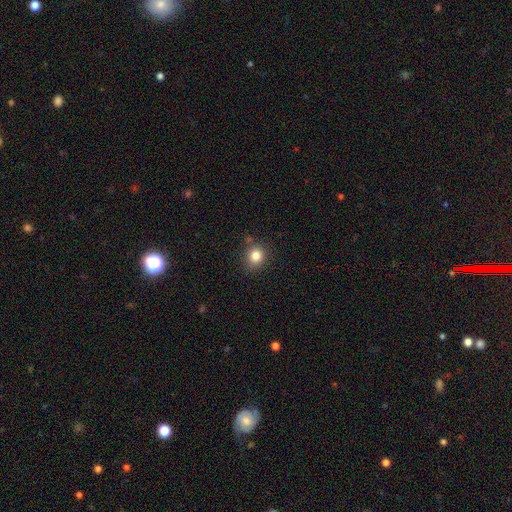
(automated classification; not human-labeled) smooth 82%, star or artifact 12%, featured or disk 6%. Down the decision tree: how rounded — round (78%); merging — none (80%).